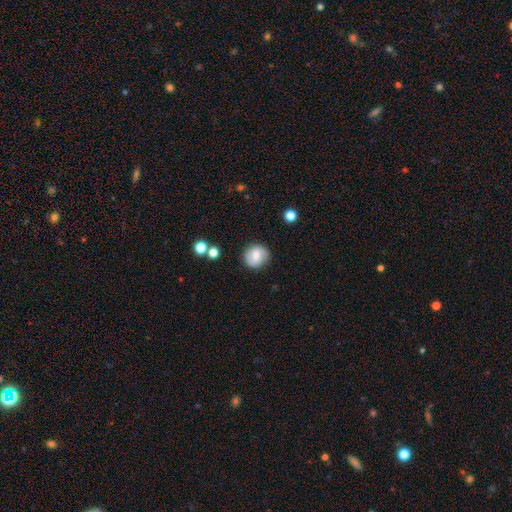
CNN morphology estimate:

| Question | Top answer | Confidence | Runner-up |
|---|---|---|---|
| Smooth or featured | smooth | 72% | featured or disk (20%) |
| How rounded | round | 90% | in between (9%) |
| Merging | none | 87% | minor disturbance (8%) |